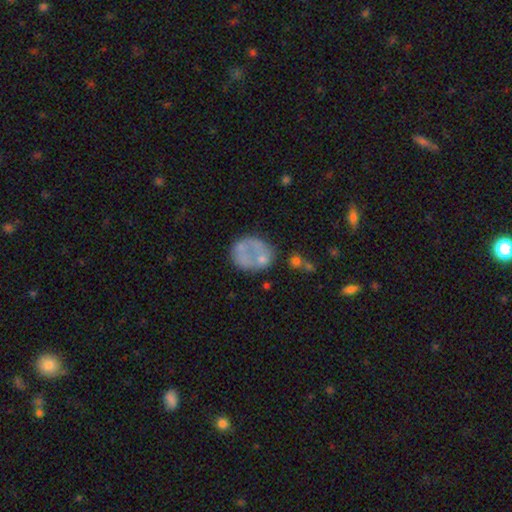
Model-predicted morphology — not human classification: This appears to be a smooth galaxy with no disk features (52%) that is round (65%). Merging: none (43%).